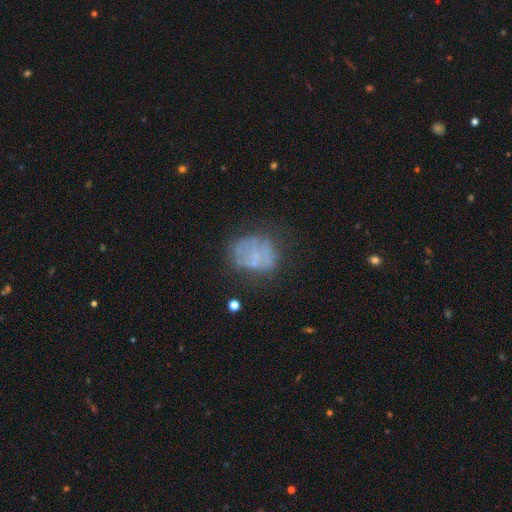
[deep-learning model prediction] featured or disk 46%, smooth 39%, star or artifact 15%. Down the decision tree: merging — none (53%).